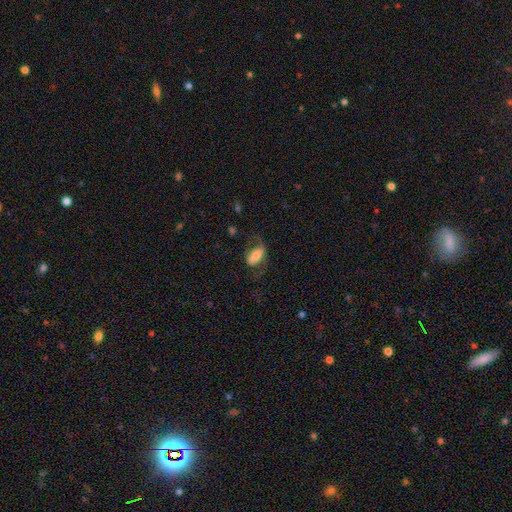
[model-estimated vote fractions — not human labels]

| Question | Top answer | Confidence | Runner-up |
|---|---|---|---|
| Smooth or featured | smooth | 62% | featured or disk (30%) |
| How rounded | in between | 91% | round (5%) |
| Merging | none | 52% | major disturbance (25%) |